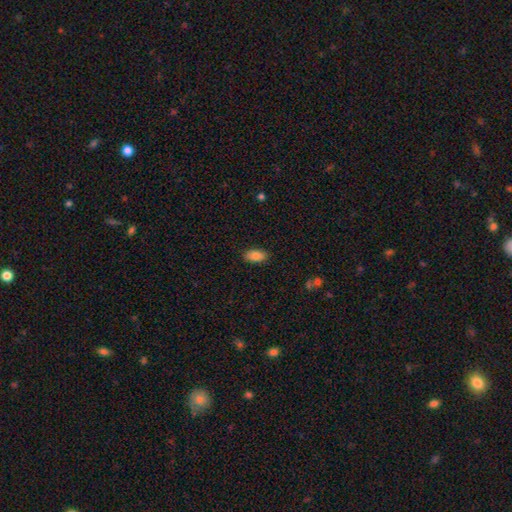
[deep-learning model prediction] Overall: smooth (84%). How rounded: in between (92%). Merging: none (88%).